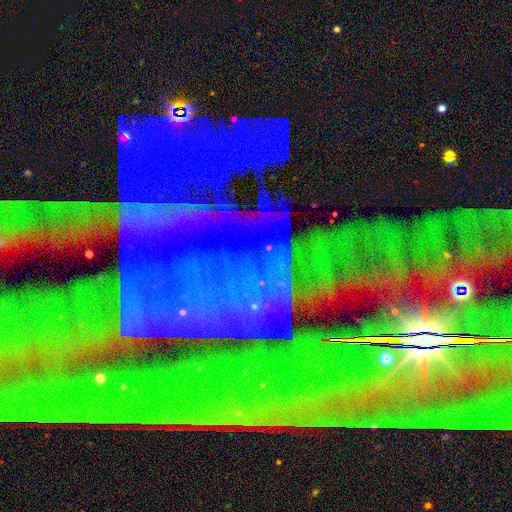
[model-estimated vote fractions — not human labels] Smooth or featured: star or artifact — 77% (featured or disk — 15%)